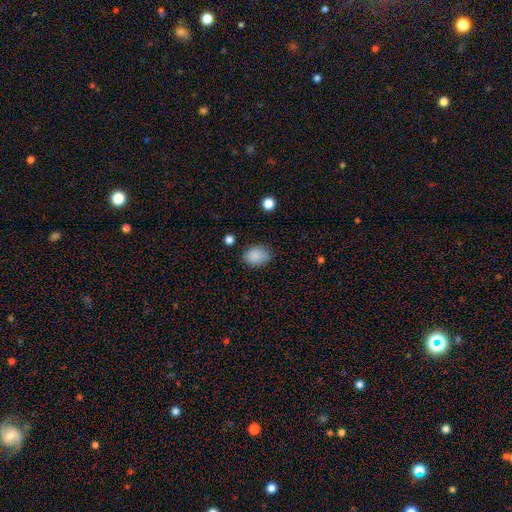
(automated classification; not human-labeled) A smooth galaxy with no disk features (88%) that is in between round and cigar-shaped (71%). Merging: none (80%).